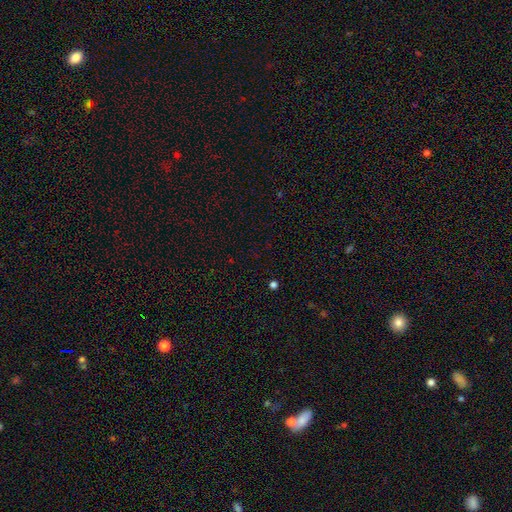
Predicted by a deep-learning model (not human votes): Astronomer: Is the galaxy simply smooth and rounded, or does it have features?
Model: star or artifact — 60%.